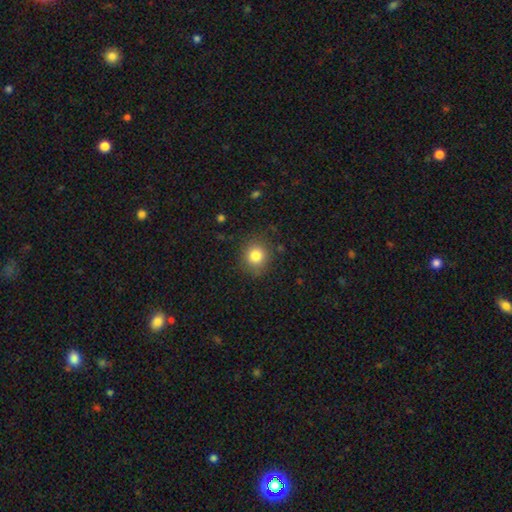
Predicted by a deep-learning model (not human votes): This is clearly a smooth galaxy (81%). How rounded: clearly round (84%). Merging: clearly none (85%).